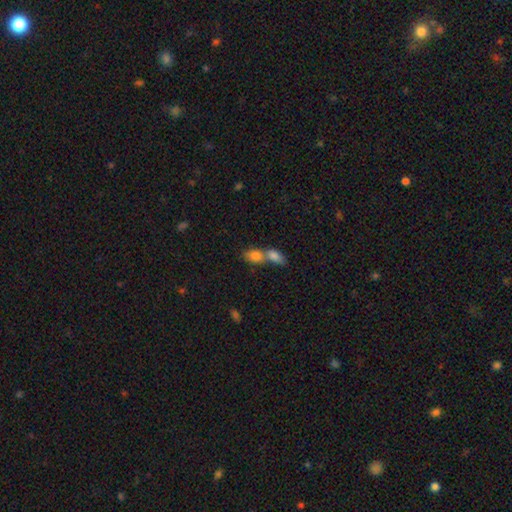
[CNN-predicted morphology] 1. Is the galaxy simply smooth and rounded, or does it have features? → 79% smooth, 13% featured or disk, 8% star or artifact.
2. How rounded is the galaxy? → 81% in between, 14% round, 5% cigar-shaped.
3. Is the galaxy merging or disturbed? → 71% merger, 20% none, 6% minor disturbance, 3% major disturbance.